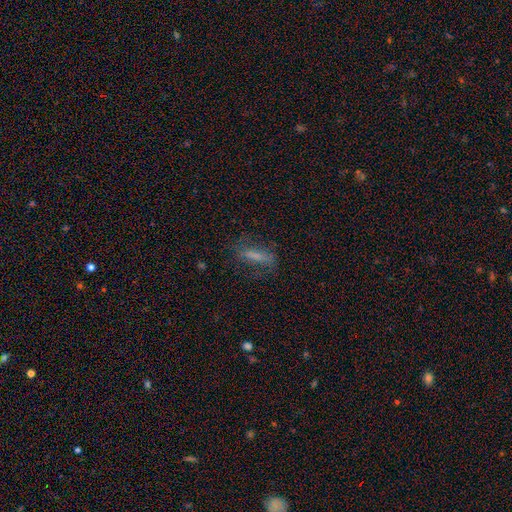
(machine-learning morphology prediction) smooth 58%, featured or disk 29%, star or artifact 13%. Down the decision tree: how rounded — cigar-shaped (63%); merging — none (67%).